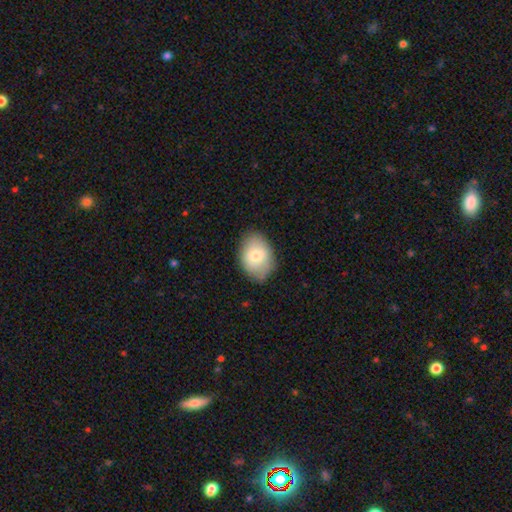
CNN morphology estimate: type=smooth (74%); roundness=in between (79%); merging=none (79%).